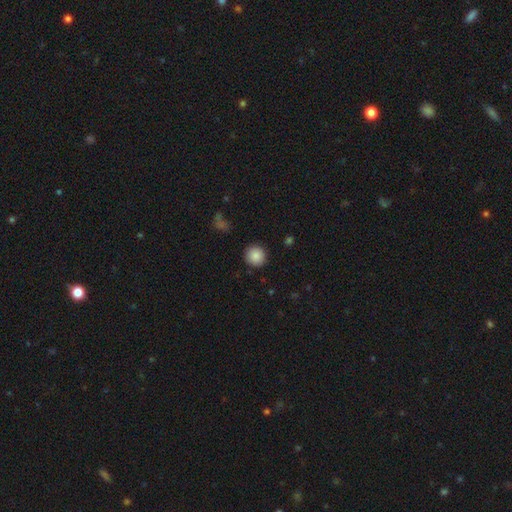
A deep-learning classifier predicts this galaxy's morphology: Smooth or featured: smooth — 87% (star or artifact — 8%)
How rounded: round — 92% (in between — 7%)
Merging: none — 90% (minor disturbance — 6%)